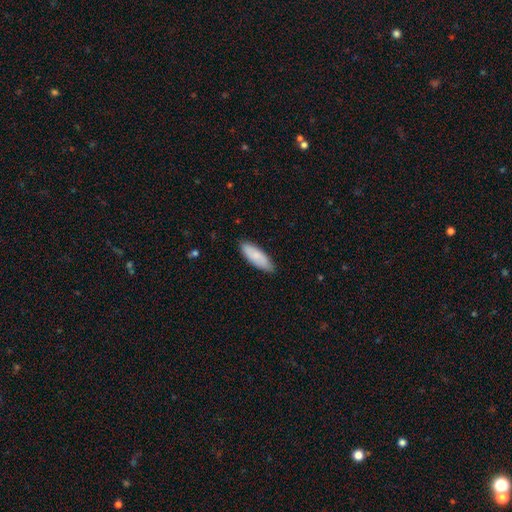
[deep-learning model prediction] smooth 83%, featured or disk 12%, star or artifact 5%. Down the decision tree: how rounded — in between (66%); merging — none (83%).